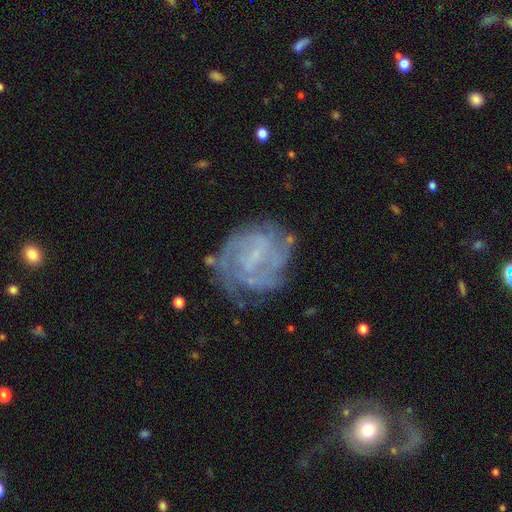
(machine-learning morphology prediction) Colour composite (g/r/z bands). It shows a featured or disk galaxy (79%) with a weak bar (52%), tight (54%) spiral arms (87%) and a small central bulge (50%). Merging: none (65%).